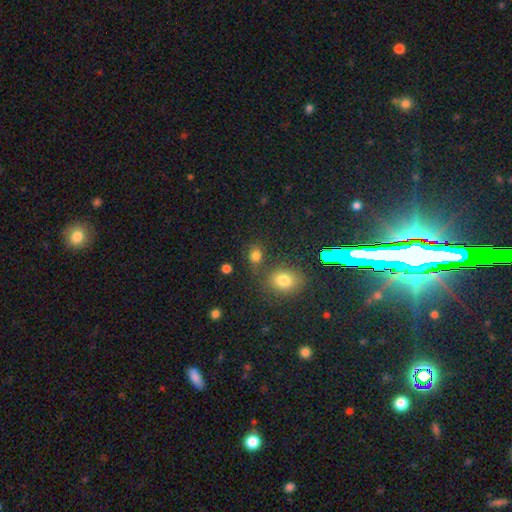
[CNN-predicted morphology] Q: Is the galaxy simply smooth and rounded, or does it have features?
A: smooth — 77%.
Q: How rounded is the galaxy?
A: round — 59%.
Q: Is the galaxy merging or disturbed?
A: none — 69%.